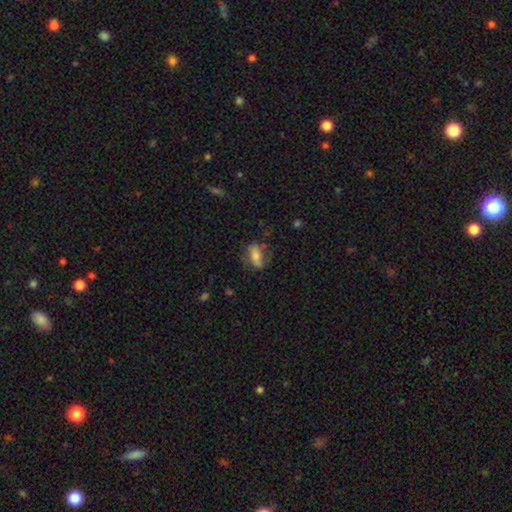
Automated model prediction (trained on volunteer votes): The model was most divided on "smooth or featured": smooth: 56%, featured or disk: 36%, star or artifact: 8%. More confident: how rounded — in between (77%); merging — none (63%).